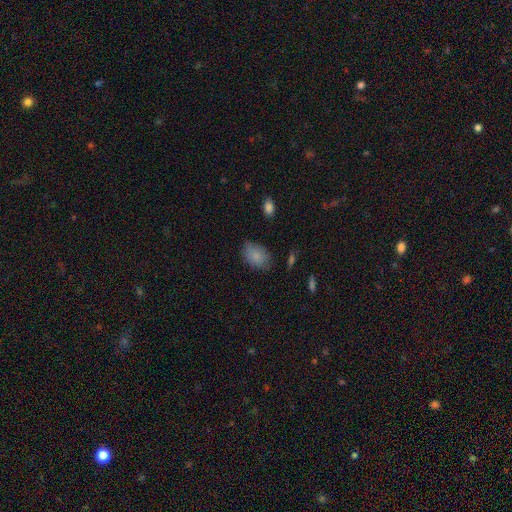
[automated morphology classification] Q: Smooth or featured?
A: smooth (84%); runner-up: featured or disk (8%)
Q: How rounded?
A: in between (84%); runner-up: round (15%)
Q: Merging?
A: none (73%); runner-up: minor disturbance (21%)